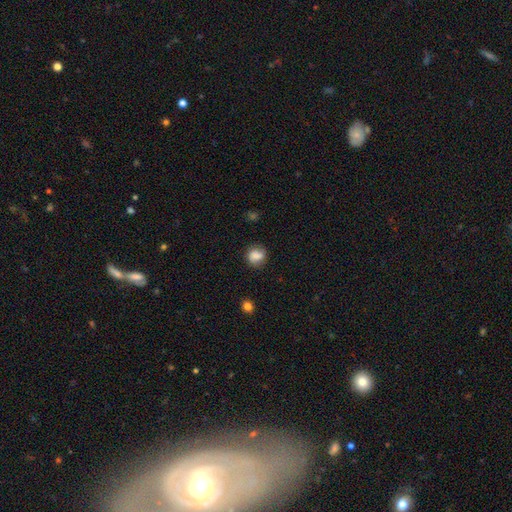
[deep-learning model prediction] A smooth galaxy with no disk features (78%) that is round (69%). Merging: none (69%).